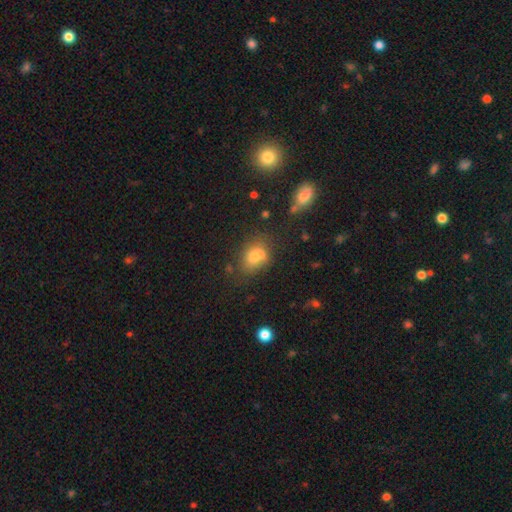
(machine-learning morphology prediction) type=smooth (69%); roundness=in between (56%); merging=merger (39%).